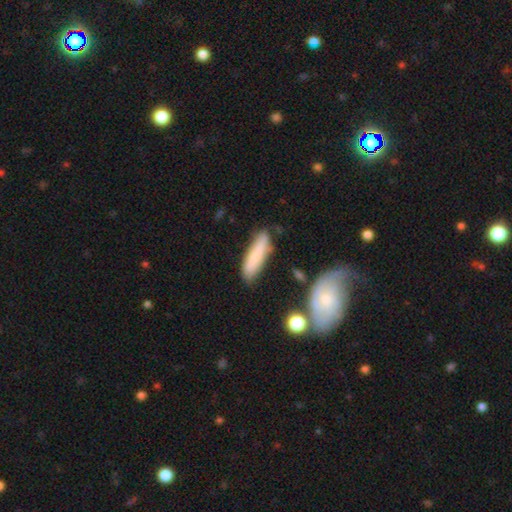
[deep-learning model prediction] This is likely a smooth galaxy (76%). How rounded: likely cigar-shaped (68%). Merging: likely none (74%).